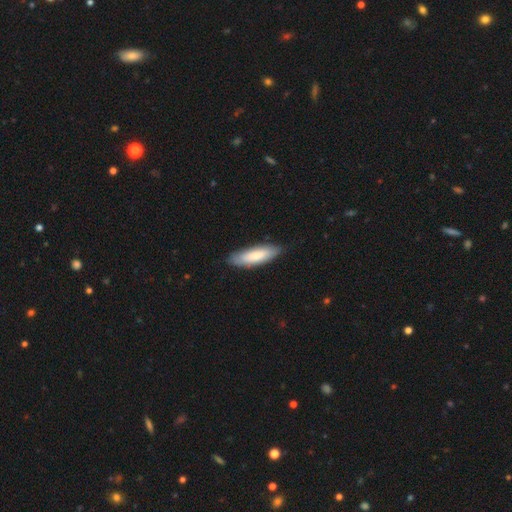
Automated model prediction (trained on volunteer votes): Overall: smooth (76%). How rounded: in between (54%; cigar-shaped 44%). Merging: none (81%).